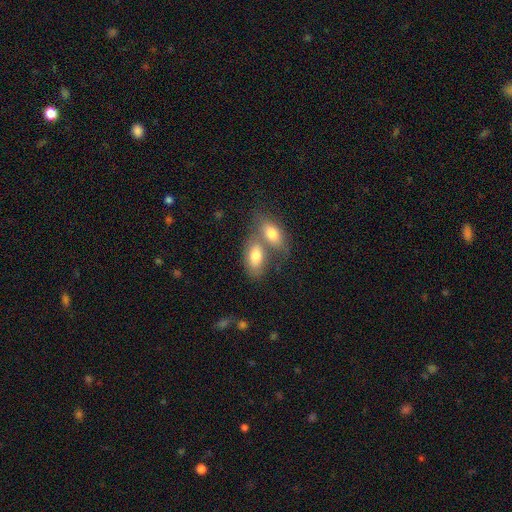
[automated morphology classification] smooth-or-featured: smooth: 76% | featured or disk: 17% | star or artifact: 7%
  how-rounded: in between: 91% | round: 6% | cigar-shaped: 3%
  merging: merger: 58% | none: 29% | minor disturbance: 9% | major disturbance: 4%